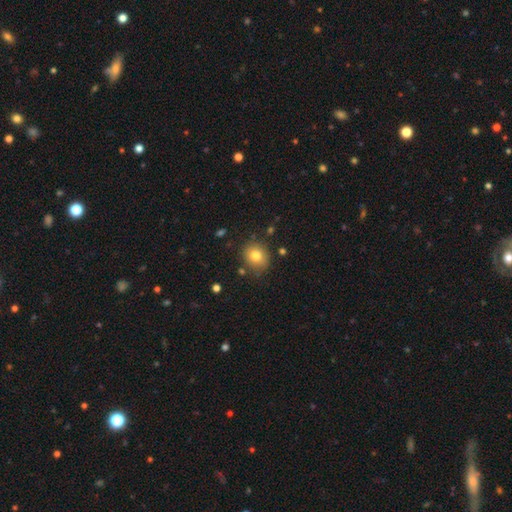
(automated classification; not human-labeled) Morphology: type=smooth (79%); roundness=round (75%); merging=none (84%).